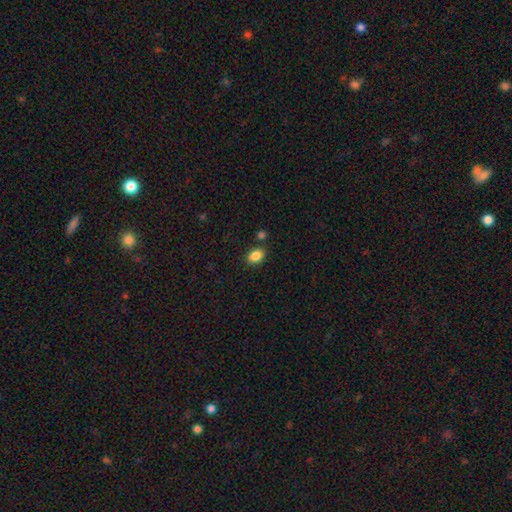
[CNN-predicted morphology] Overall: smooth (86%). How rounded: in between (74%). Merging: none (80%).